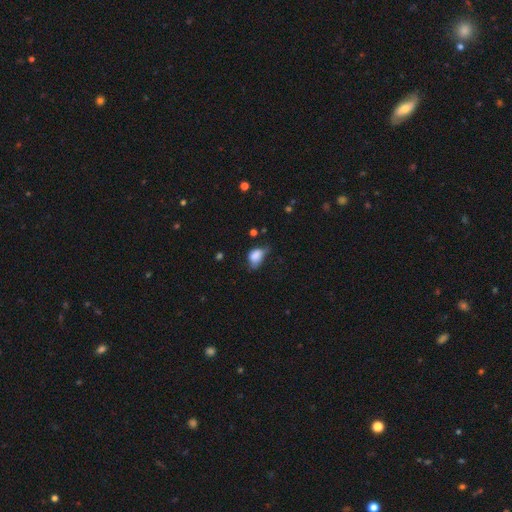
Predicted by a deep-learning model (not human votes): A smooth galaxy with no disk features (80%) that is in between round and cigar-shaped (78%).

Vote fractions:
- Smooth or featured? smooth: 80% / featured or disk: 11% / star or artifact: 9%
- How rounded? in between: 78% / round: 20% / cigar-shaped: 2%
- Merging? minor disturbance: 45% / major disturbance: 25% / none: 25% / merger: 4%